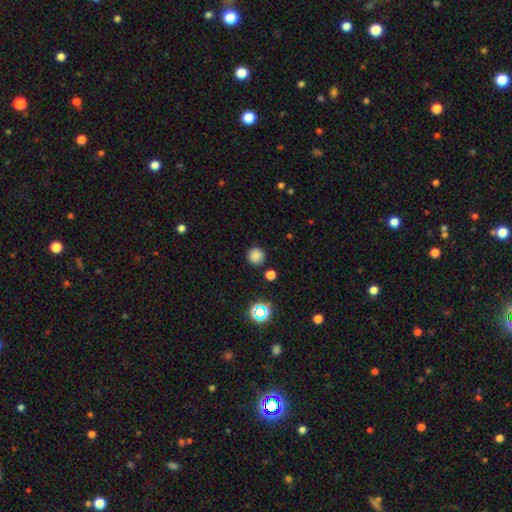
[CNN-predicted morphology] Smooth or featured? smooth (80%)
How rounded? round (94%)
Merging? none (87%)